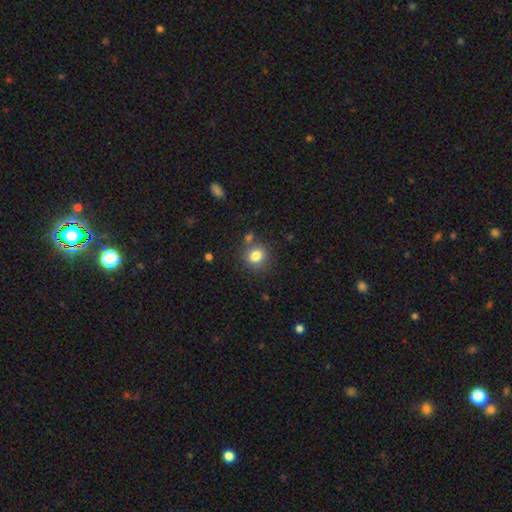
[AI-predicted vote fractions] Smooth or featured?
  - smooth: 81% *
  - star or artifact: 11%
  - featured or disk: 8%
How rounded?
  - round: 76% *
  - in between: 23%
  - cigar-shaped: 1%
Merging?
  - none: 79% *
  - minor disturbance: 11%
  - merger: 8%
  - major disturbance: 3%